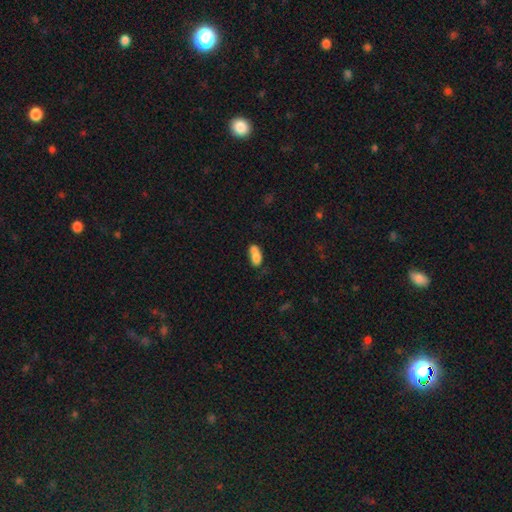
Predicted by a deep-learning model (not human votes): Smooth or featured? Predicted: smooth (p=0.76). How rounded? Predicted: in between (p=0.81). Merging? Predicted: merger (p=0.49).